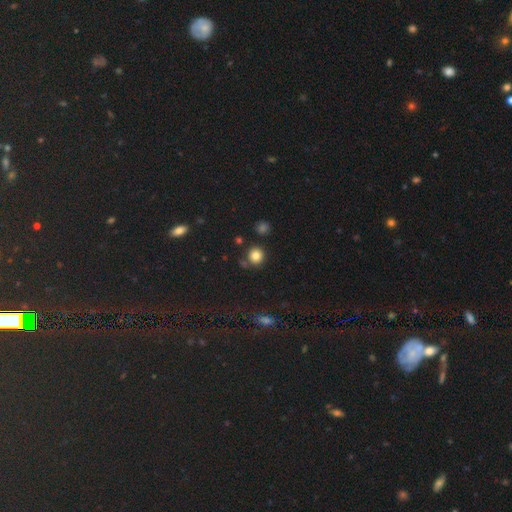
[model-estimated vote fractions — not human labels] Smooth or featured: smooth — 82% (star or artifact — 12%)
How rounded: round — 90% (in between — 9%)
Merging: none — 82% (minor disturbance — 9%)